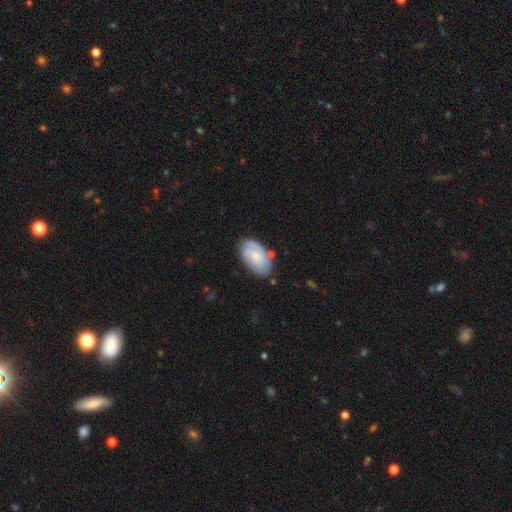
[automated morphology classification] The model was most divided on "smooth or featured": smooth: 58%, featured or disk: 36%, star or artifact: 6%. More confident: how rounded — in between (93%); merging — none (74%).